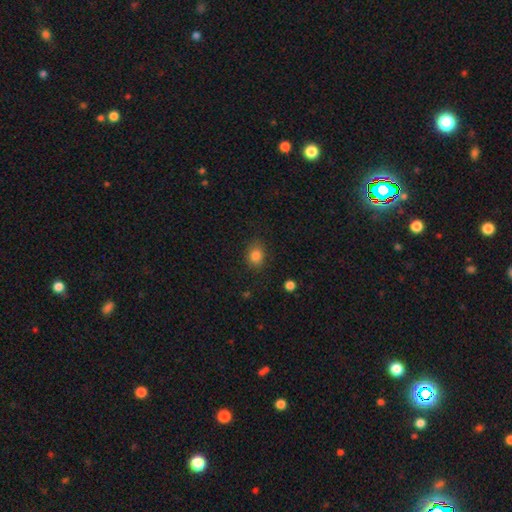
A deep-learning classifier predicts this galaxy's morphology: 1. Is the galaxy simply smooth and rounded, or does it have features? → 83% smooth, 11% star or artifact, 6% featured or disk.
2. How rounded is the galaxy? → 56% round, 43% in between, 1% cigar-shaped.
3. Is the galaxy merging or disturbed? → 84% none, 12% minor disturbance, 3% major disturbance, 1% merger.